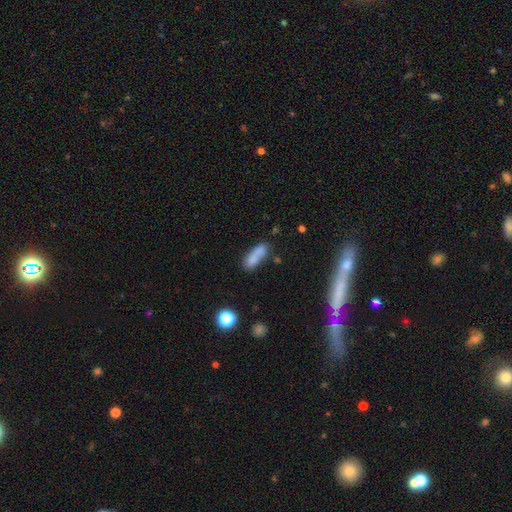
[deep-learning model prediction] A smooth galaxy with no disk features (76%) that is in between round and cigar-shaped (64%).

Vote fractions:
- Smooth or featured? smooth: 76% / featured or disk: 14% / star or artifact: 10%
- How rounded? in between: 64% / cigar-shaped: 33% / round: 4%
- Merging? none: 50% / merger: 22% / minor disturbance: 20% / major disturbance: 8%